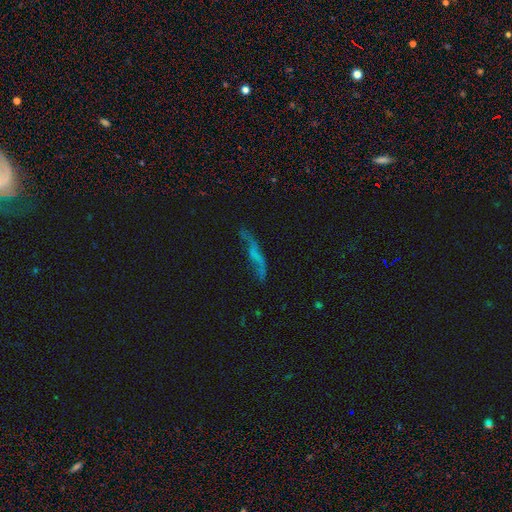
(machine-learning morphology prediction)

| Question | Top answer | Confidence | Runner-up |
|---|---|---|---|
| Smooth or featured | featured or disk | 46% | smooth (38%) |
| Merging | none | 47% | minor disturbance (24%) |